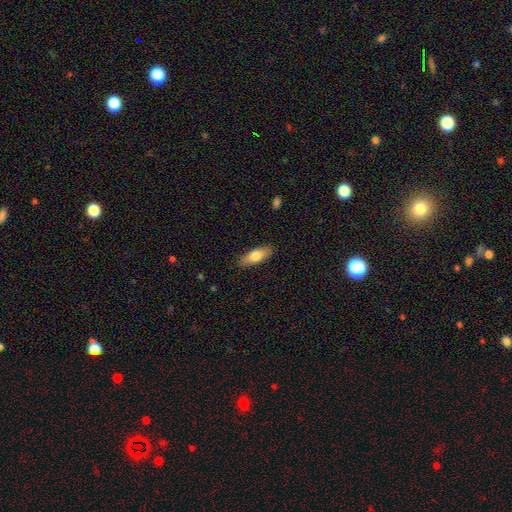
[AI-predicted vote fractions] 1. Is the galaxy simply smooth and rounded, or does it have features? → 75% smooth, 19% featured or disk, 6% star or artifact.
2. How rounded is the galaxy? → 70% in between, 27% cigar-shaped, 2% round.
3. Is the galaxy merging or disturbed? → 86% none, 10% minor disturbance, 2% major disturbance, 1% merger.